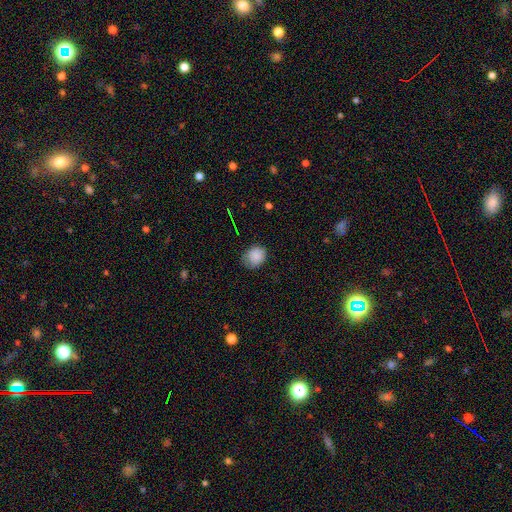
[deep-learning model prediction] smooth 85%, star or artifact 9%, featured or disk 6%. Down the decision tree: how rounded — round (59%); merging — none (68%).